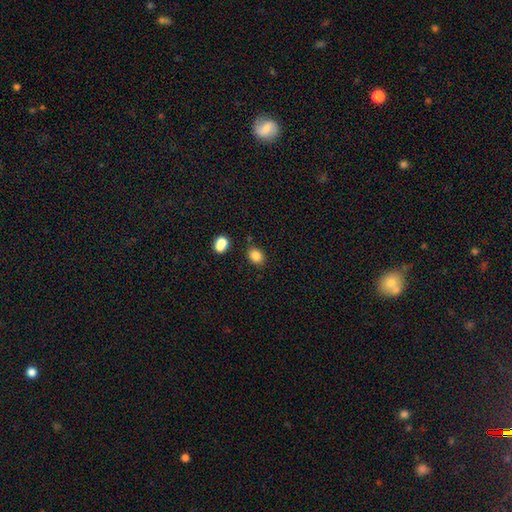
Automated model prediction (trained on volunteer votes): smooth 84%, star or artifact 11%, featured or disk 5%. Down the decision tree: how rounded — in between (57%); merging — none (80%).